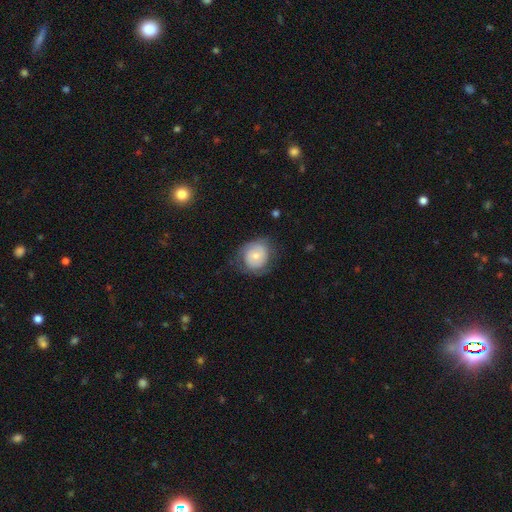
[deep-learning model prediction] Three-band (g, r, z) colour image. It shows a smooth galaxy with no disk features (56%) that is round (74%). Merging: none (63%).